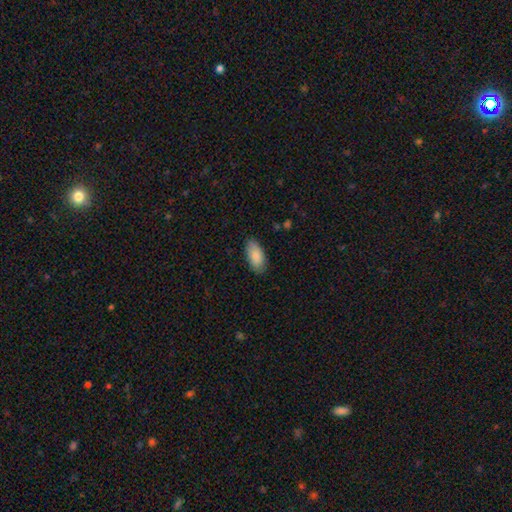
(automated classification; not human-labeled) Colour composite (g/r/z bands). It shows a smooth galaxy with no disk features (88%) that is in between round and cigar-shaped (93%). Merging: none (82%).